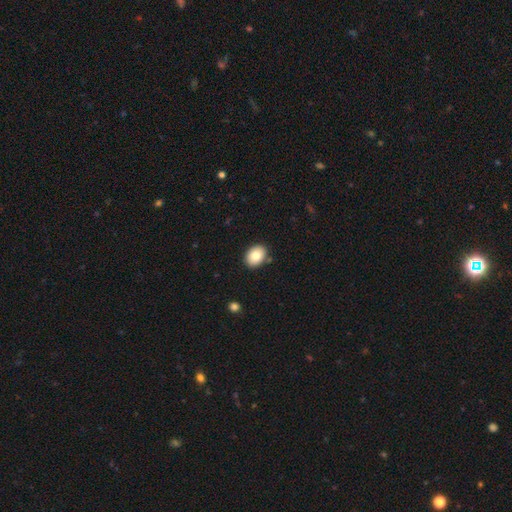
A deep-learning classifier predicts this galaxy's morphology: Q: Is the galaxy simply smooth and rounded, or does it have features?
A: smooth — 82%.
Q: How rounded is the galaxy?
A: in between — 69%.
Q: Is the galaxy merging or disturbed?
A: none — 87%.